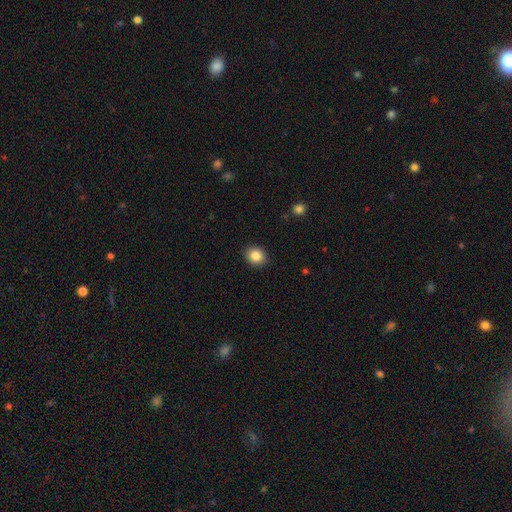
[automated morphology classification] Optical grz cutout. It shows a smooth galaxy with no disk features (86%) that is round (71%). Merging: none (90%).